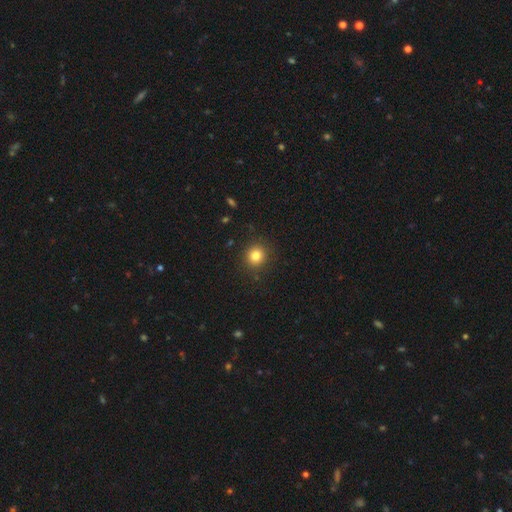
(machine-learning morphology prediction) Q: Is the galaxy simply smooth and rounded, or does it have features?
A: smooth — 81%.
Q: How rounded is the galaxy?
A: round — 90%.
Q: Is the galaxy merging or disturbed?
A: none — 89%.